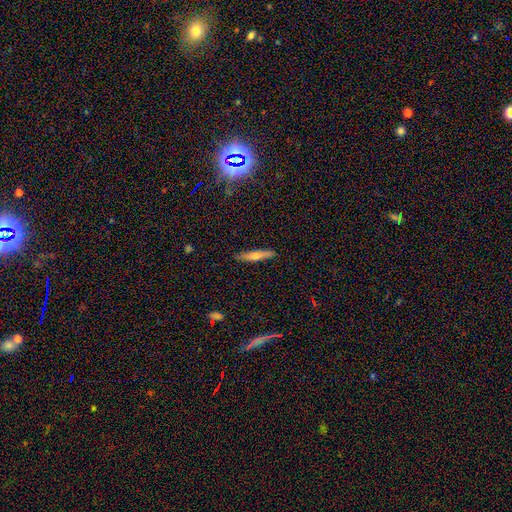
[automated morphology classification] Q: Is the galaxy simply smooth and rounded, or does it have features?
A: smooth — 51%.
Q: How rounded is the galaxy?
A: cigar-shaped — 85%.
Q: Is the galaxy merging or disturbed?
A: none — 87%.